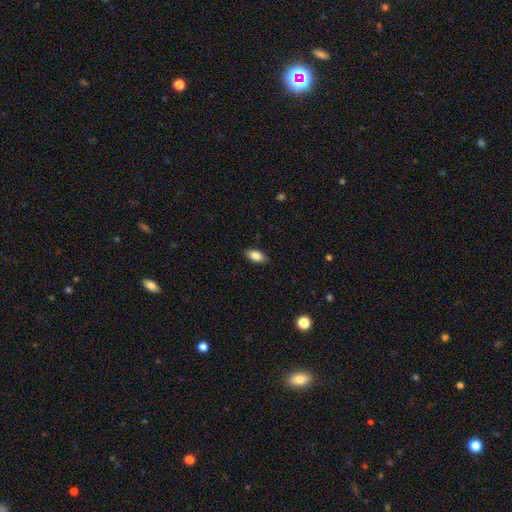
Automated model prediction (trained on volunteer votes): This is clearly a smooth galaxy (85%). How rounded: clearly in between (91%). Merging: clearly none (87%).